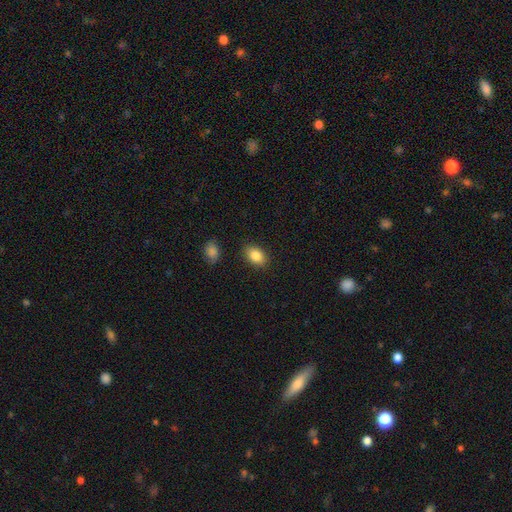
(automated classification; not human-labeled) A smooth galaxy with no disk features (86%) that is in between round and cigar-shaped (82%). Merging: none (85%).